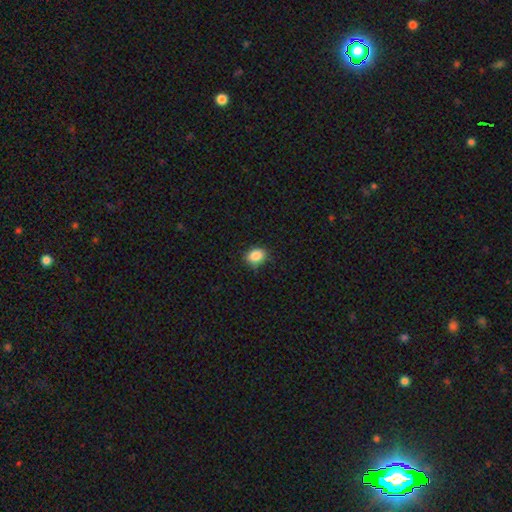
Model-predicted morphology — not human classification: The model was most divided on "how rounded": round: 50%, in between: 49%, cigar-shaped: 1%. More confident: smooth or featured — smooth (87%); merging — none (82%).